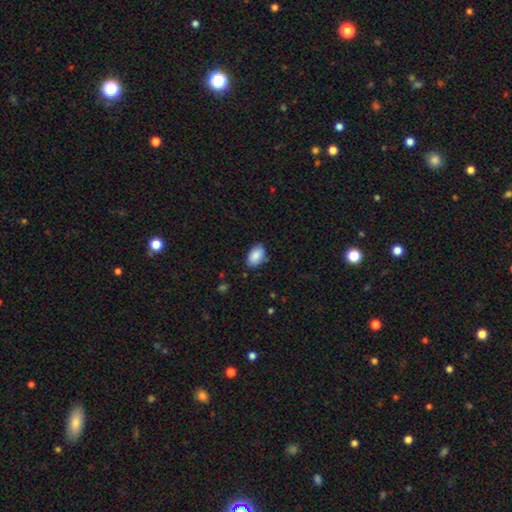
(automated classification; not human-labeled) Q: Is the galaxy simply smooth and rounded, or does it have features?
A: smooth — 88%.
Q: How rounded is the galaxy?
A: in between — 91%.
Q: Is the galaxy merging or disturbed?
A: none — 78%.